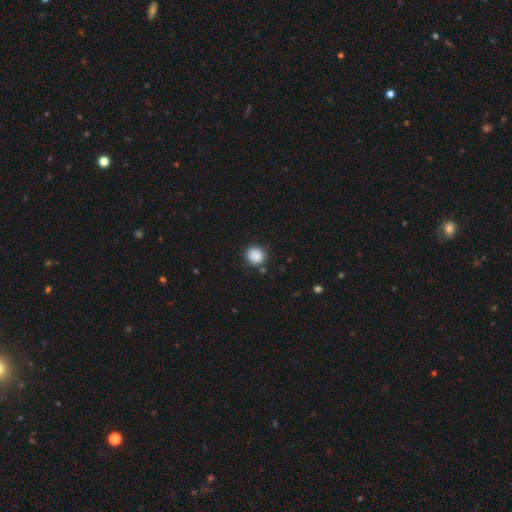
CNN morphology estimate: Smooth or featured? smooth (87%)
How rounded? round (88%)
Merging? none (82%)